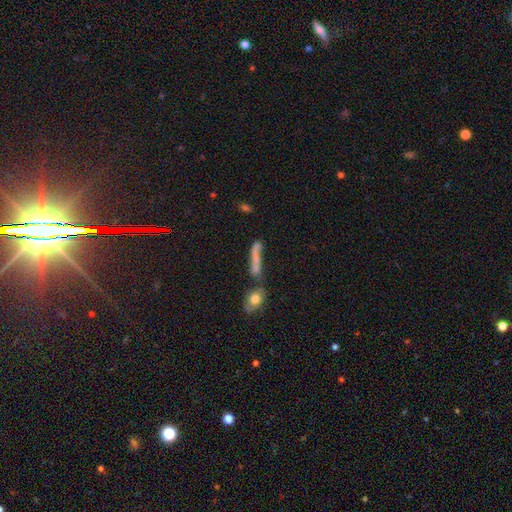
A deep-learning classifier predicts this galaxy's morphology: smooth 46%, featured or disk 32%, star or artifact 21%. Down the decision tree: merging — none (41%).